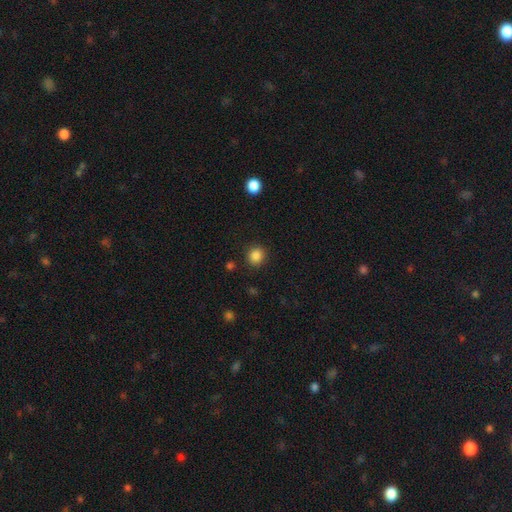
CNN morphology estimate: This is clearly a smooth galaxy (86%). How rounded: clearly round (84%). Merging: clearly none (88%).